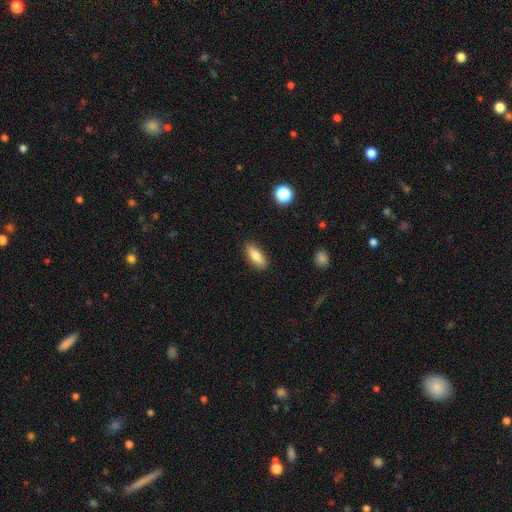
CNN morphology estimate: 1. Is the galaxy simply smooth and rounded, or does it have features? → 76% smooth, 16% featured or disk, 7% star or artifact.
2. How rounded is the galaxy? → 66% in between, 31% cigar-shaped, 3% round.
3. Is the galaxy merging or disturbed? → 87% none, 9% minor disturbance, 2% major disturbance, 1% merger.